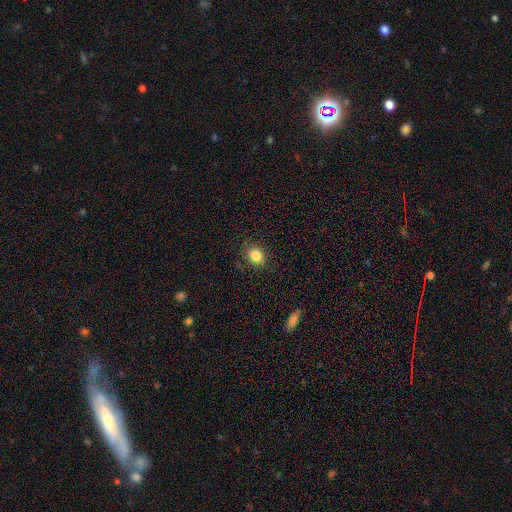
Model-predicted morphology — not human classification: smooth 85%, star or artifact 11%, featured or disk 5%. Down the decision tree: how rounded — round (66%); merging — none (87%).